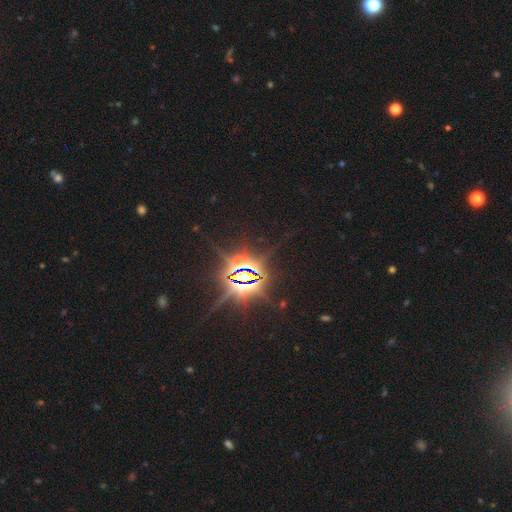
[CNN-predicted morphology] type=star or artifact (87%).